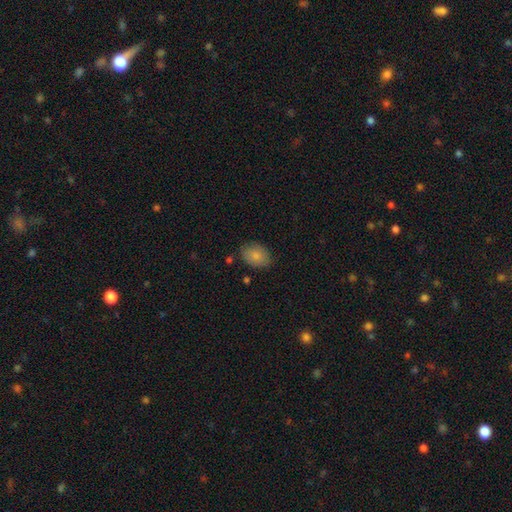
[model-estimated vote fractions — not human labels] A smooth galaxy with no disk features (84%) that is in between round and cigar-shaped (77%). Merging: none (80%).